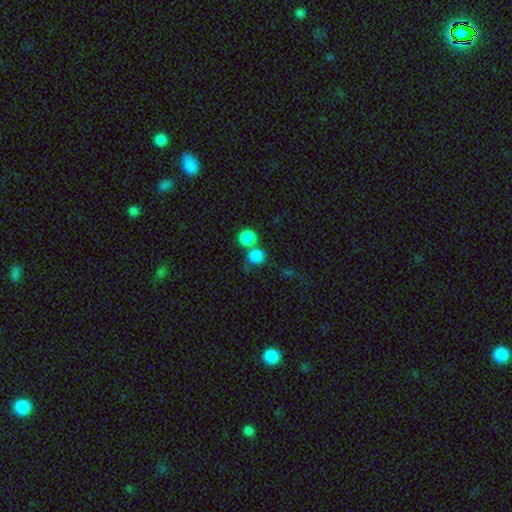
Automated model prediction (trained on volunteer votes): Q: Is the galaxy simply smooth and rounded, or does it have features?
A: smooth — 86%.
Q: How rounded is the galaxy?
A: round — 80%.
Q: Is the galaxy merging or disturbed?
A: none — 50%.